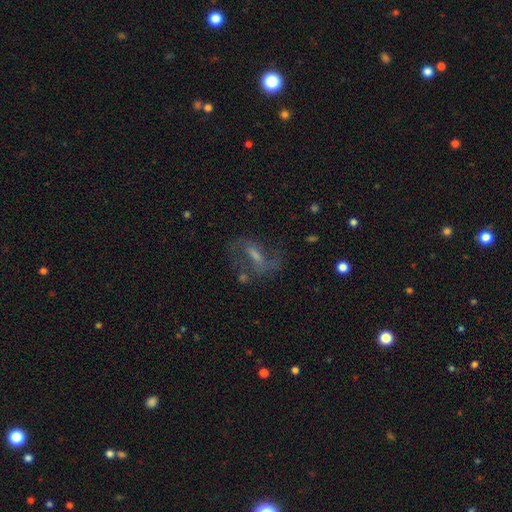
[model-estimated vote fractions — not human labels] Morphology: type=featured or disk (65%); edge-on=no (92%); bar=weak (48%); spiral arms=yes (81%); bulge=small (39%); merging=none (64%).